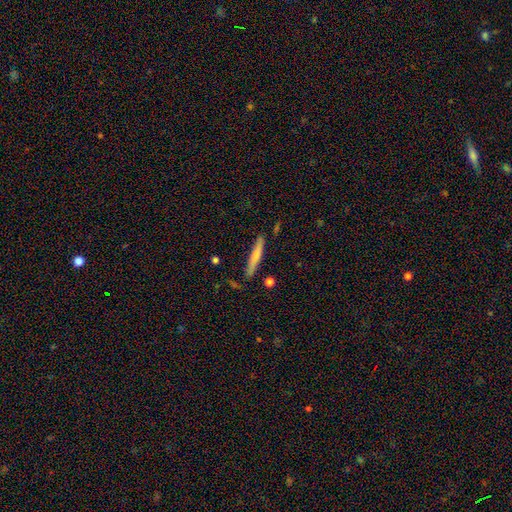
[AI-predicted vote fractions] Smooth or featured?
  - smooth: 65% *
  - featured or disk: 30%
  - star or artifact: 6%
How rounded?
  - cigar-shaped: 93% *
  - in between: 6%
  - round: 1%
Merging?
  - none: 84% *
  - minor disturbance: 11%
  - merger: 3%
  - major disturbance: 2%